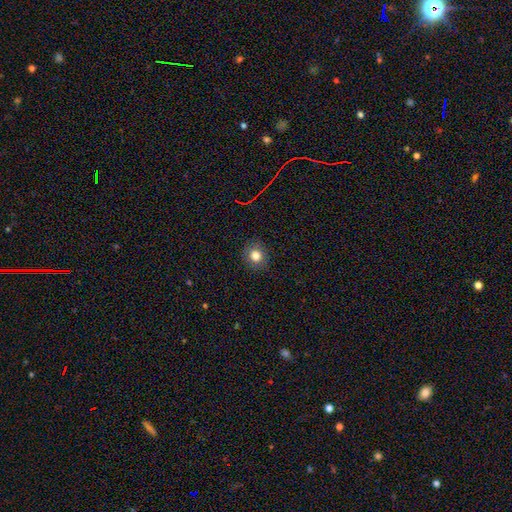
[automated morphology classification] This appears to be a smooth galaxy with no disk features (80%) that is round (82%). Merging: none (89%).